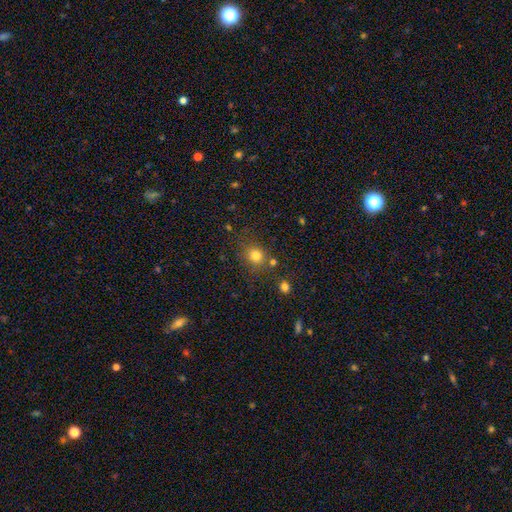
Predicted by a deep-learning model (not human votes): smooth_or_featured: smooth (p=0.78) [alt: star or artifact p=0.15]
how_rounded: round (p=0.79) [alt: in between p=0.20]
merging: none (p=0.74) [alt: minor disturbance p=0.12]